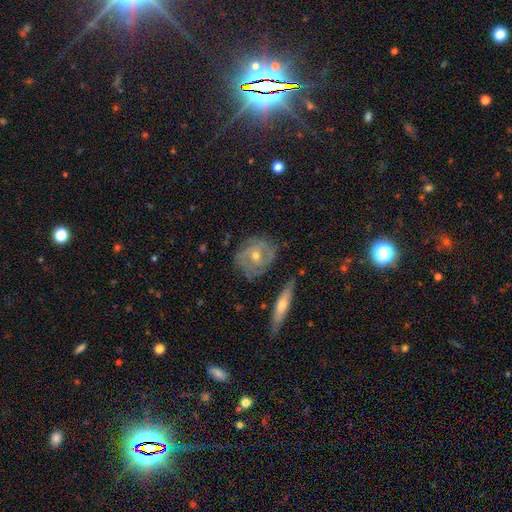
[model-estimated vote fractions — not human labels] Q: Smooth or featured?
A: featured or disk (74%); runner-up: smooth (19%)
Q: Edge-on disk?
A: no (90%); runner-up: yes (10%)
Q: Bar?
A: no (66%); runner-up: weak (26%)
Q: Spiral arms?
A: yes (77%); runner-up: no (23%)
Q: Spiral winding?
A: tight (62%); runner-up: medium (29%)
Q: Spiral arm count?
A: can't tell (41%); runner-up: 2 (27%)
Q: Bulge size?
A: moderate (58%); runner-up: small (38%)
Q: Merging?
A: none (73%); runner-up: minor disturbance (19%)